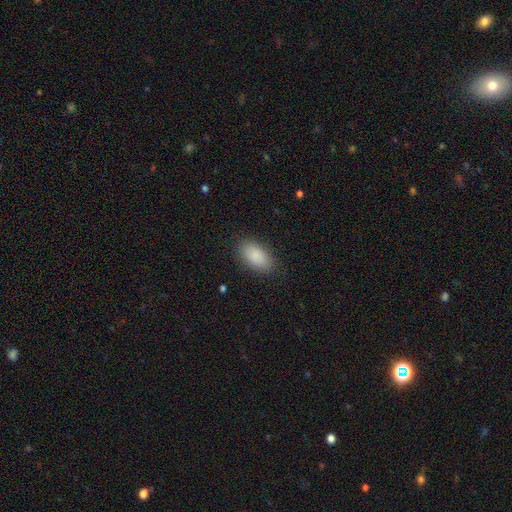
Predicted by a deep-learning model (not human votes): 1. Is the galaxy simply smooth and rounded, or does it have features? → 89% smooth, 6% star or artifact, 5% featured or disk.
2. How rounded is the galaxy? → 94% in between, 4% round, 3% cigar-shaped.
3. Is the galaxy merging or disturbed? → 85% none, 11% minor disturbance, 3% major disturbance, 1% merger.